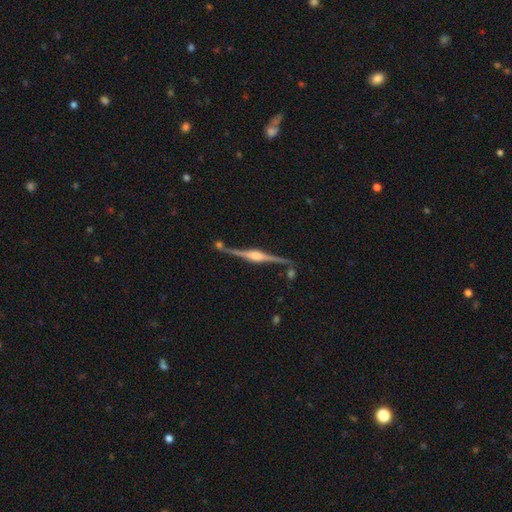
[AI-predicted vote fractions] This appears to be a featured or disk galaxy (89%) viewed edge-on (98%) with a rounded central bulge (88%). Merging: none (78%).